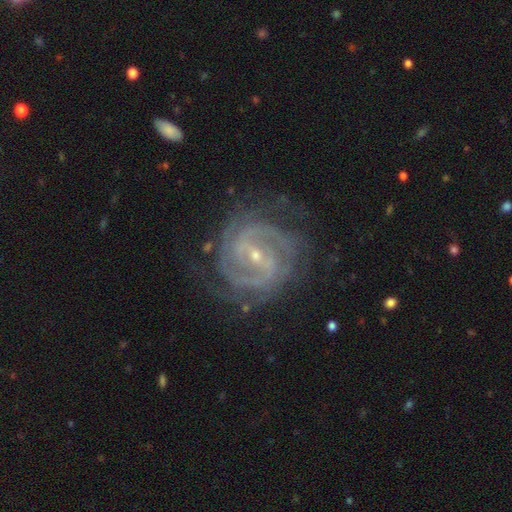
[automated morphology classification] The model was most divided on "bar": strong: 42%, weak: 41%, no: 16%. Remaining: spiral arms — yes (98%); edge-on disk — no (97%); smooth or featured — featured or disk (91%); bulge size — small (76%); merging — none (75%); spiral winding — tight (63%); spiral arm count — 2 (46%).